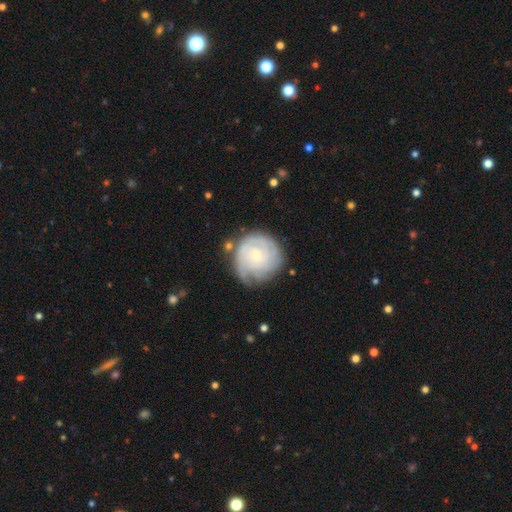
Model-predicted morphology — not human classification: This is likely a featured or disk galaxy (72%). It is clearly not viewed edge-on (98%). Bar: likely no (78%). Spiral arm pattern: clearly yes (91%). Spiral arm count: marginally can't tell (42%). Spiral winding: likely tight (76%). Central bulge: likely small (79%). Merging: likely none (68%).